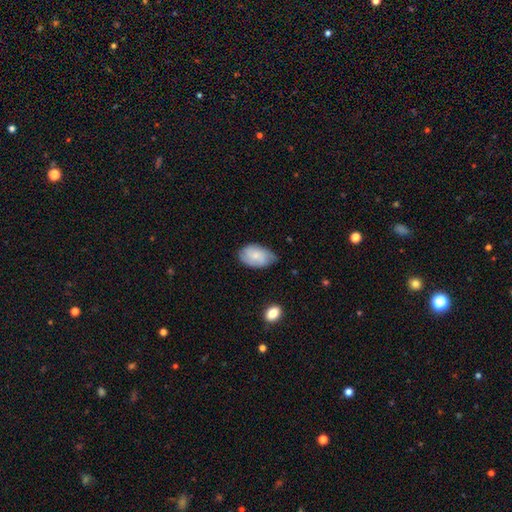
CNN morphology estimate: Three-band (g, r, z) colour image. It shows a smooth galaxy with no disk features (64%) that is in between round and cigar-shaped (90%). Merging: none (61%).